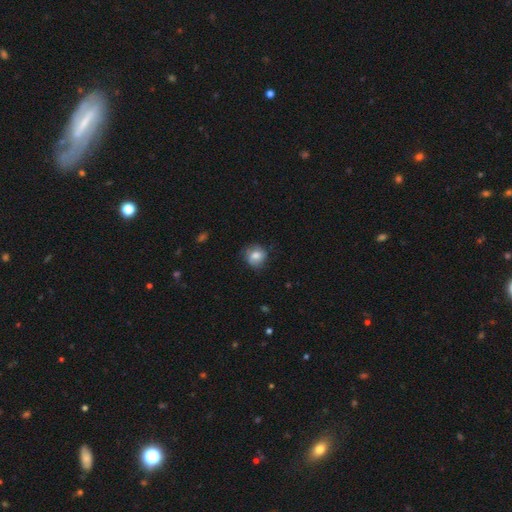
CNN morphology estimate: A smooth galaxy with no disk features (72%) that is round (73%). Merging: none (69%).